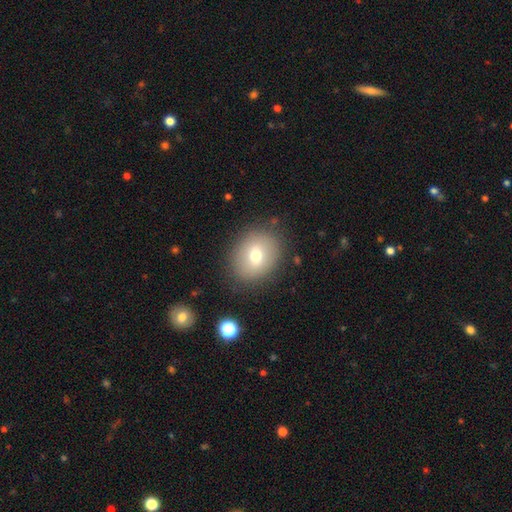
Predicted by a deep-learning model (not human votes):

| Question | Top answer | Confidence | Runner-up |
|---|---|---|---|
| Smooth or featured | smooth | 68% | featured or disk (21%) |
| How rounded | round | 51% | in between (48%) |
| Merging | none | 84% | minor disturbance (11%) |